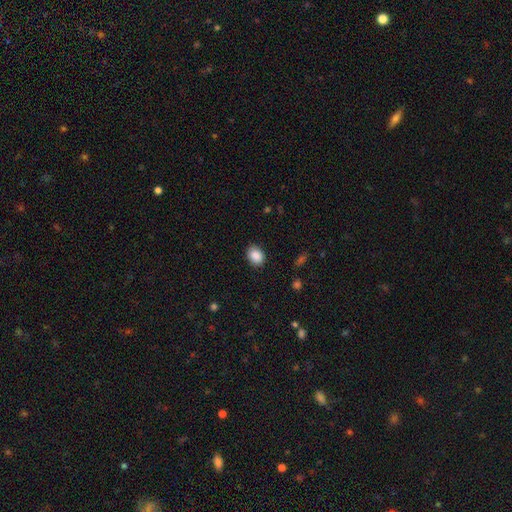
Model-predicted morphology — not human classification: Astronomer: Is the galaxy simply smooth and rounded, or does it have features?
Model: smooth — 89%.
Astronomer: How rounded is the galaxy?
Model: in between — 69%.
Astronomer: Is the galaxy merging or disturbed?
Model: none — 85%.